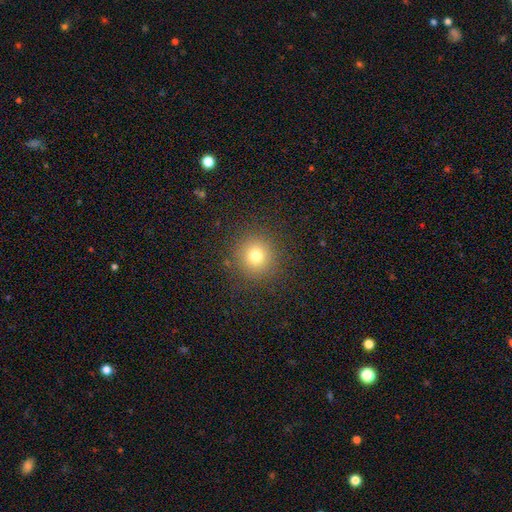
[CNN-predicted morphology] Smooth or featured? smooth (75%)
How rounded? round (93%)
Merging? none (89%)